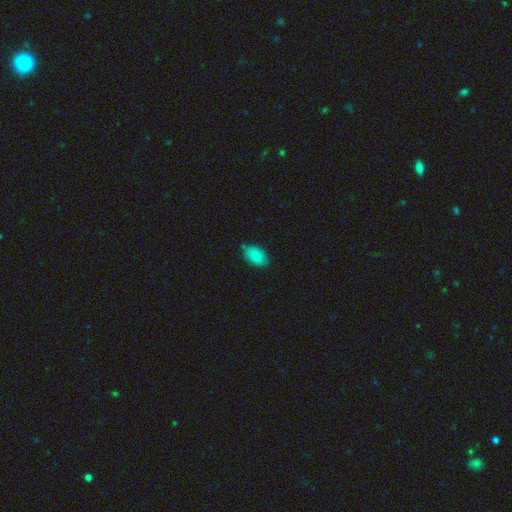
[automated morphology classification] Smooth or featured: smooth — 80% (featured or disk — 12%)
How rounded: in between — 88% (round — 11%)
Merging: none — 78% (minor disturbance — 16%)